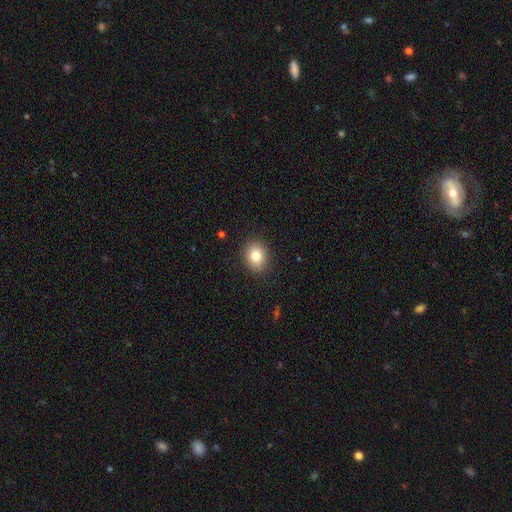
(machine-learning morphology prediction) Q: Smooth or featured?
A: smooth (82%); runner-up: star or artifact (9%)
Q: How rounded?
A: round (55%); runner-up: in between (44%)
Q: Merging?
A: none (89%); runner-up: minor disturbance (8%)